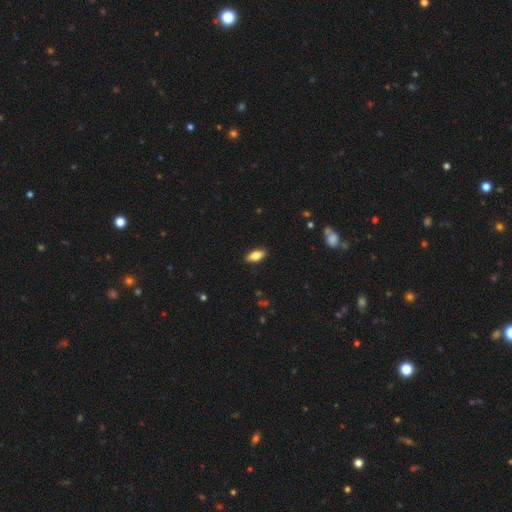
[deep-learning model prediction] A smooth galaxy with no disk features (78%) that is in between round and cigar-shaped (84%).

Vote fractions:
- Smooth or featured? smooth: 78% / featured or disk: 15% / star or artifact: 7%
- How rounded? in between: 84% / cigar-shaped: 13% / round: 3%
- Merging? none: 88% / minor disturbance: 9% / major disturbance: 2% / merger: 1%